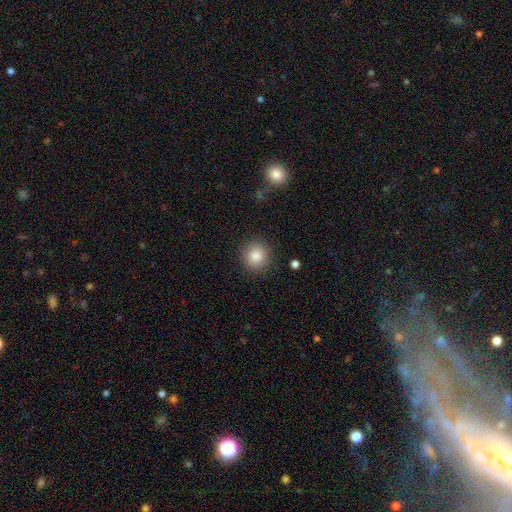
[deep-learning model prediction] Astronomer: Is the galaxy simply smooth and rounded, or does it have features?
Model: smooth — 85%.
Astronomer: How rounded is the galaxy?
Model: round — 89%.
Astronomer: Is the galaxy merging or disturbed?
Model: none — 88%.